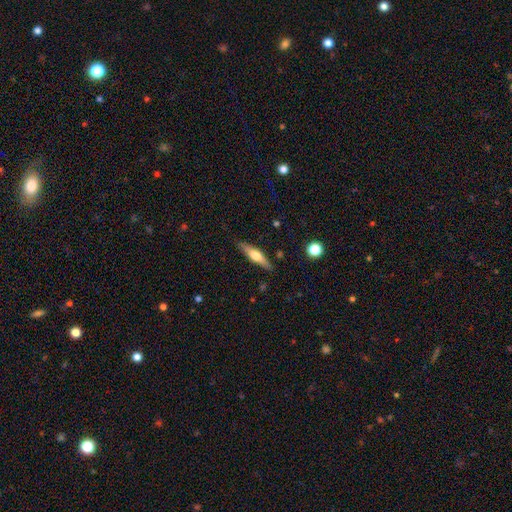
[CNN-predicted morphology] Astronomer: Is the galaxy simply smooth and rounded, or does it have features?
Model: featured or disk — 53% (runner-up: smooth, 41%).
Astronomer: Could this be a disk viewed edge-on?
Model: yes — 93%.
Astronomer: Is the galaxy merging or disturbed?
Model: none — 87%.